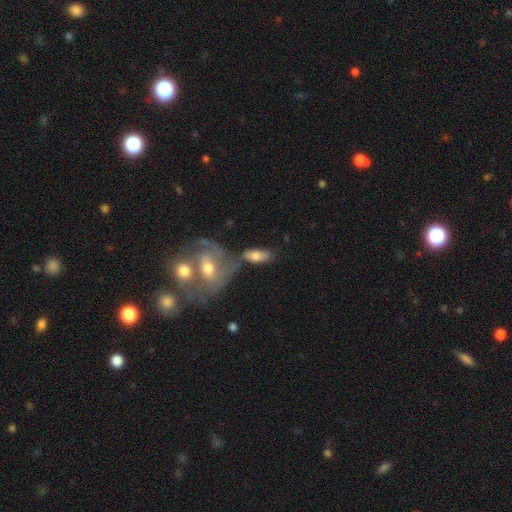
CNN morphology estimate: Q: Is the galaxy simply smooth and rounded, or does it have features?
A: smooth — 65%.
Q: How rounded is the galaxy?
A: in between — 84%.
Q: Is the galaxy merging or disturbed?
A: none — 52%.